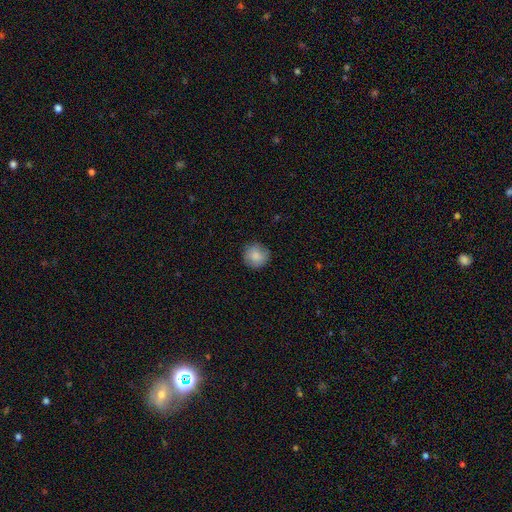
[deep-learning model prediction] Smooth or featured? smooth (85%)
How rounded? round (94%)
Merging? none (87%)